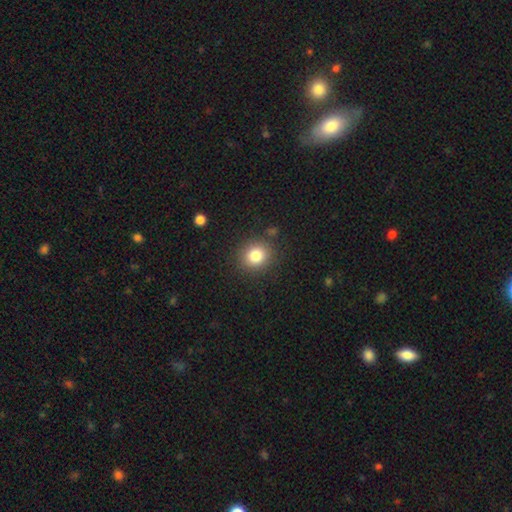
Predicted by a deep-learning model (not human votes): Q: Smooth or featured?
A: smooth (82%); runner-up: star or artifact (11%)
Q: How rounded?
A: round (81%); runner-up: in between (18%)
Q: Merging?
A: none (86%); runner-up: minor disturbance (8%)